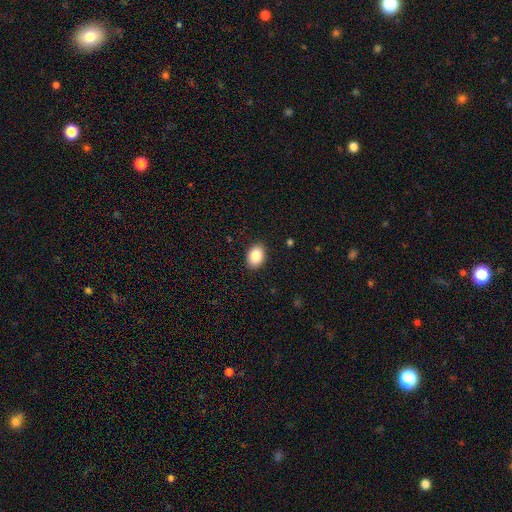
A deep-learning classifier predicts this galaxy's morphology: smooth-or-featured: smooth: 88% | star or artifact: 7% | featured or disk: 5%
  how-rounded: in between: 80% | round: 19% | cigar-shaped: 1%
  merging: none: 89% | minor disturbance: 8% | major disturbance: 2% | merger: 1%